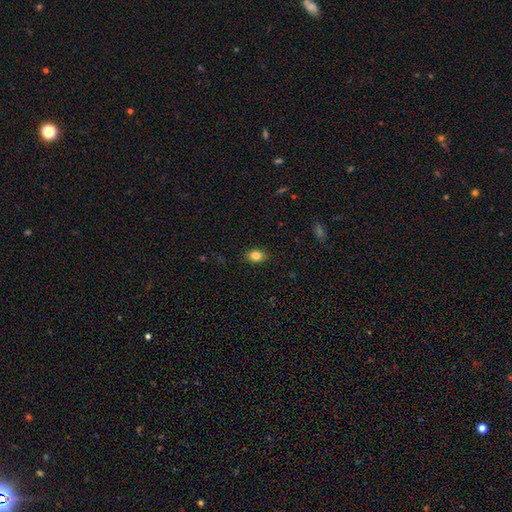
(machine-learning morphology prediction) A smooth galaxy with no disk features (84%) that is in between round and cigar-shaped (69%). Merging: none (88%).